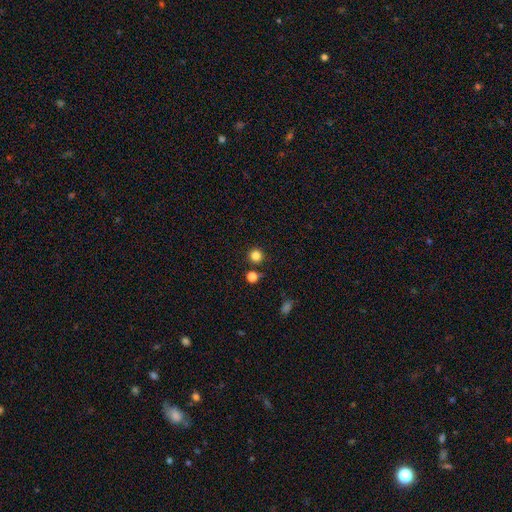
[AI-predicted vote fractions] smooth 82%, star or artifact 14%, featured or disk 4%. Down the decision tree: how rounded — round (95%); merging — none (87%).